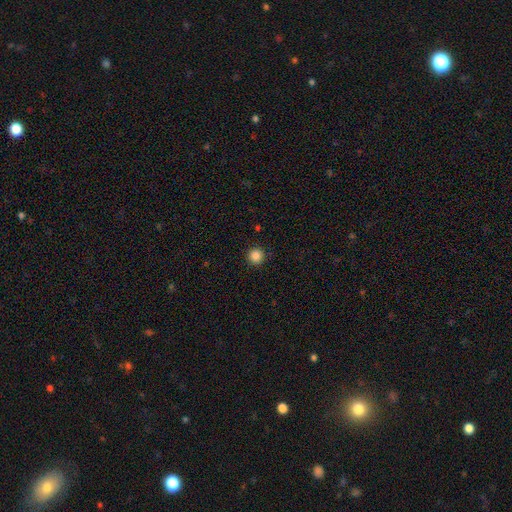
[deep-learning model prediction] A smooth galaxy with no disk features (86%) that is round (96%).

Vote fractions:
- Smooth or featured? smooth: 86% / star or artifact: 11% / featured or disk: 3%
- How rounded? round: 96% / in between: 3% / cigar-shaped: 1%
- Merging? none: 93% / minor disturbance: 5% / major disturbance: 2% / merger: 1%